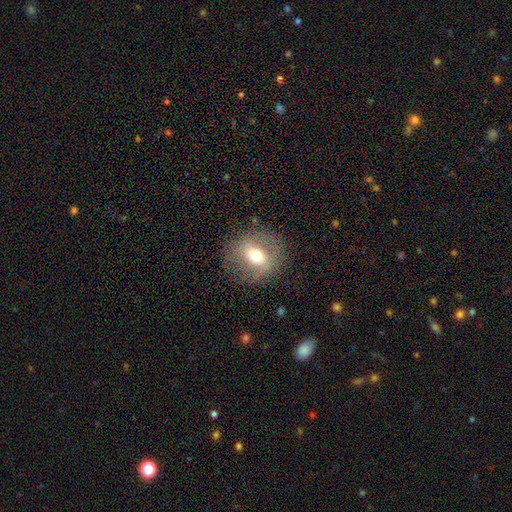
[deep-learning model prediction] Overall: smooth (51%; featured or disk 38%). How rounded: round (69%; in between 30%). Merging: none (78%).